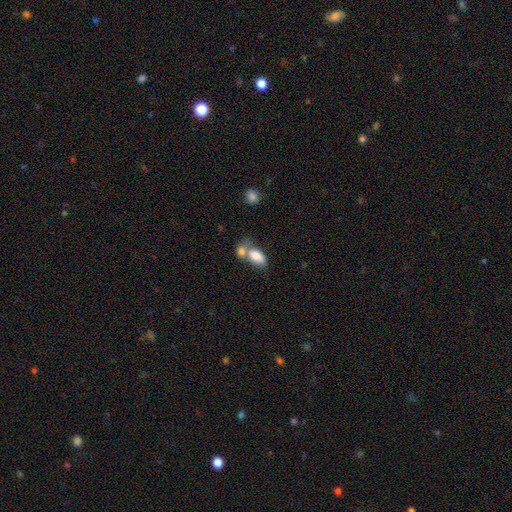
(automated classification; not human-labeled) A smooth galaxy with no disk features (81%) that is in between round and cigar-shaped (91%). Merging: merger (55%).